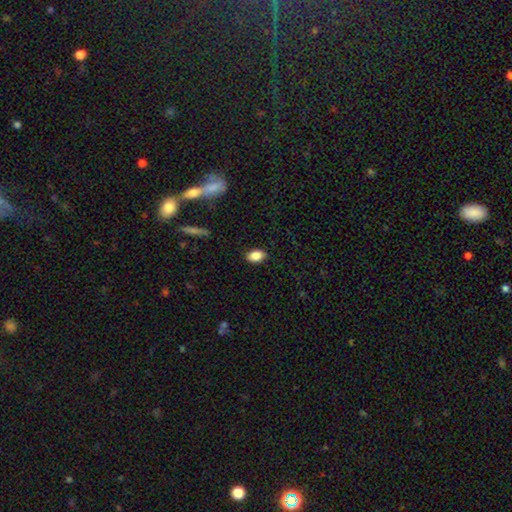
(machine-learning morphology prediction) smooth_or_featured: smooth (p=0.86) [alt: star or artifact p=0.08]
how_rounded: in between (p=0.85) [alt: round p=0.13]
merging: none (p=0.87) [alt: minor disturbance p=0.10]